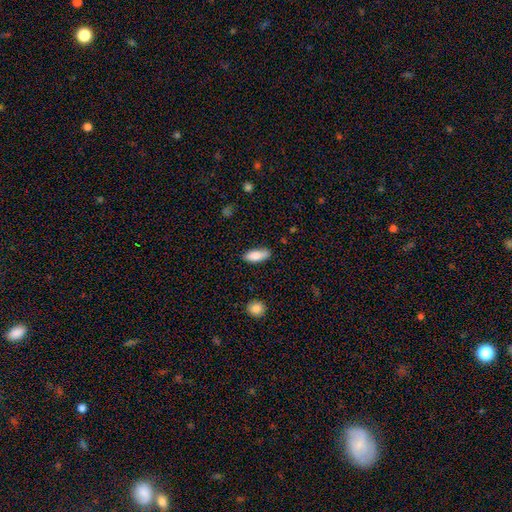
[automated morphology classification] A smooth galaxy with no disk features (84%) that is in between round and cigar-shaped (74%). Merging: none (81%).